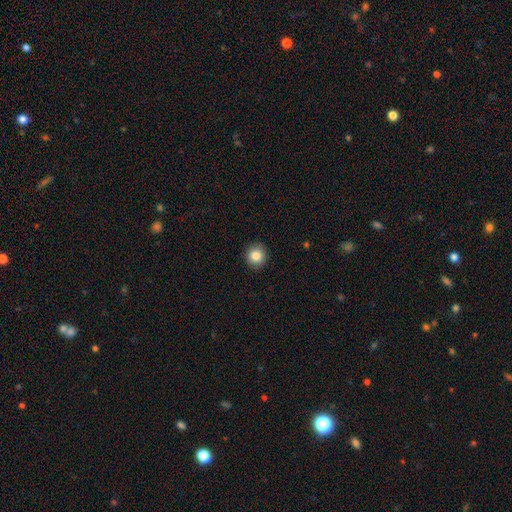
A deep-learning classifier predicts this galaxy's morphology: A smooth galaxy with no disk features (85%) that is round (90%).

Vote fractions:
- Smooth or featured? smooth: 85% / star or artifact: 9% / featured or disk: 6%
- How rounded? round: 90% / in between: 9% / cigar-shaped: 1%
- Merging? none: 91% / minor disturbance: 6% / major disturbance: 2% / merger: 1%